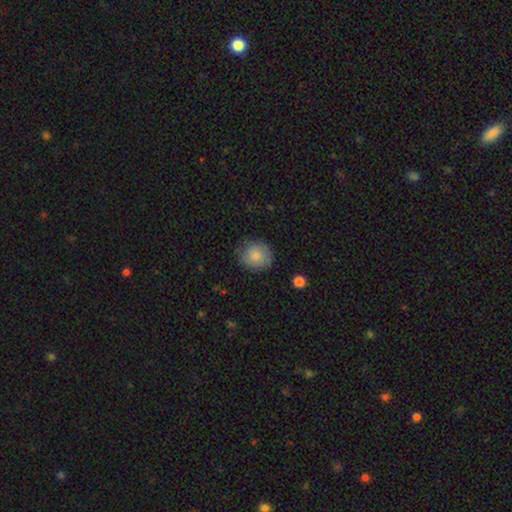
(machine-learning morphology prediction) A smooth galaxy with no disk features (83%) that is round (82%).

Vote fractions:
- Smooth or featured? smooth: 83% / featured or disk: 9% / star or artifact: 7%
- How rounded? round: 82% / in between: 17% / cigar-shaped: 1%
- Merging? none: 78% / minor disturbance: 17% / major disturbance: 4% / merger: 1%